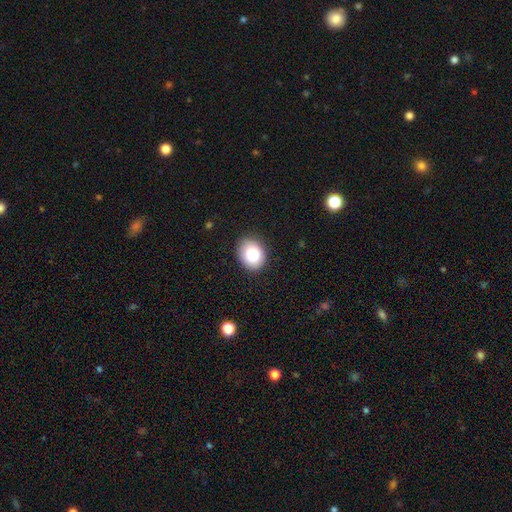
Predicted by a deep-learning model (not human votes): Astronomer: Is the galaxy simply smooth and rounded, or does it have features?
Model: smooth — 85%.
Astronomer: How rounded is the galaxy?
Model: in between — 51% (runner-up: round, 48%).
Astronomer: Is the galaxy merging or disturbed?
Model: none — 87%.